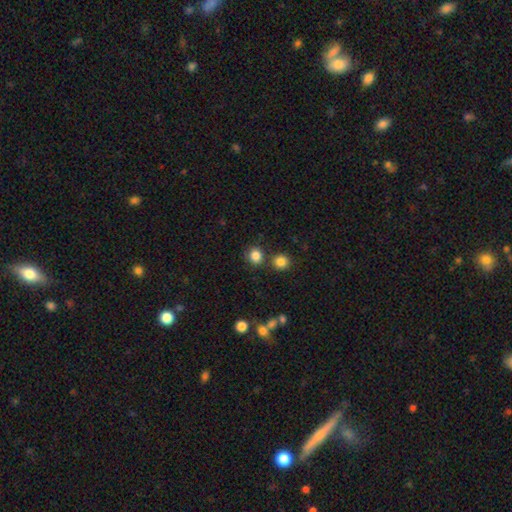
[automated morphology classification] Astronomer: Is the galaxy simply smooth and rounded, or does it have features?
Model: smooth — 84%.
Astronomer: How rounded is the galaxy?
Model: round — 83%.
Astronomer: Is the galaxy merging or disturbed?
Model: none — 74%.